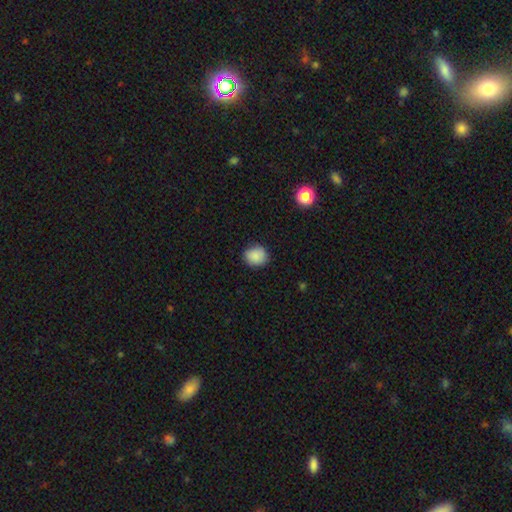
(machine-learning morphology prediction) This appears to be a smooth galaxy with no disk features (87%) that is round (74%). Merging: none (85%).